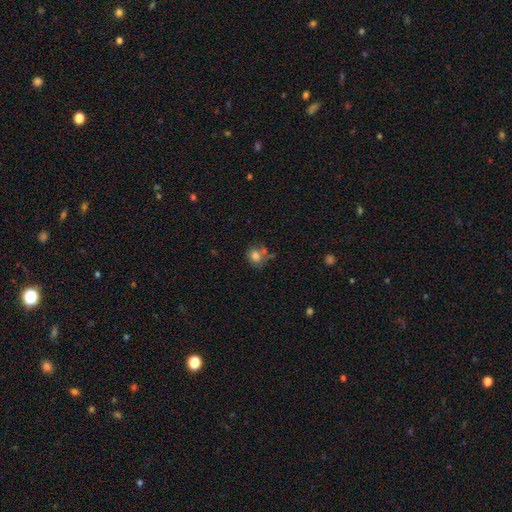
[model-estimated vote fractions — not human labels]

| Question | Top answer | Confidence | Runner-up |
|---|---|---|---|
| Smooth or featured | smooth | 78% | star or artifact (11%) |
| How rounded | round | 69% | in between (30%) |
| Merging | none | 54% | merger (19%) |